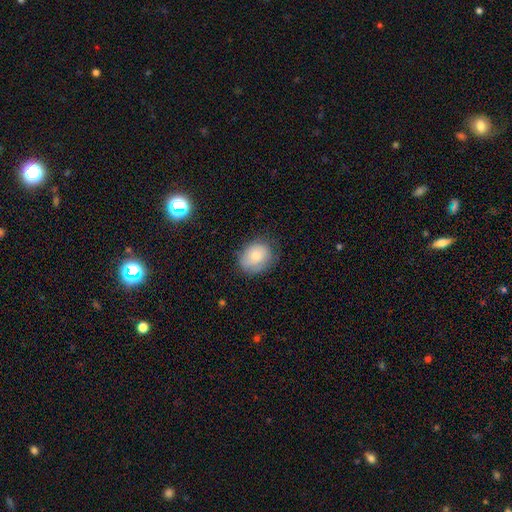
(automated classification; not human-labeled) smooth 77%, featured or disk 15%, star or artifact 8%. Down the decision tree: how rounded — round (51%); merging — none (71%).